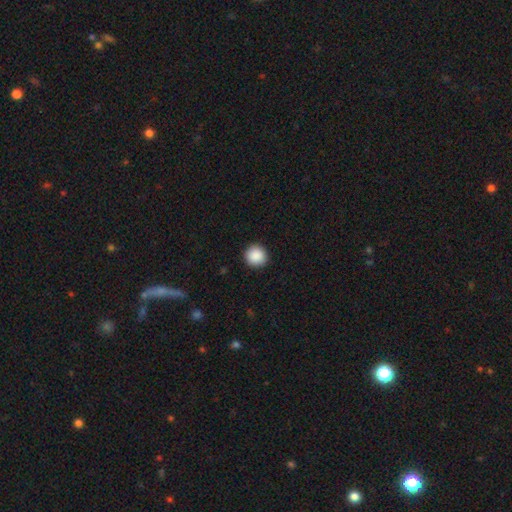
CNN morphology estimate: Smooth or featured? smooth (89%)
How rounded? round (94%)
Merging? none (92%)